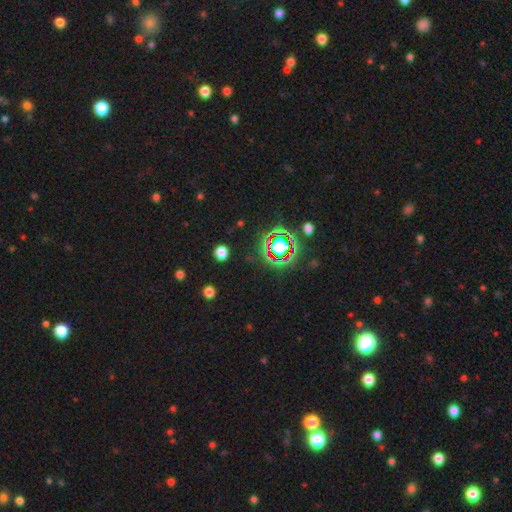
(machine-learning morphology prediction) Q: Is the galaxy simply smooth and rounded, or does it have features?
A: star or artifact — 80%.